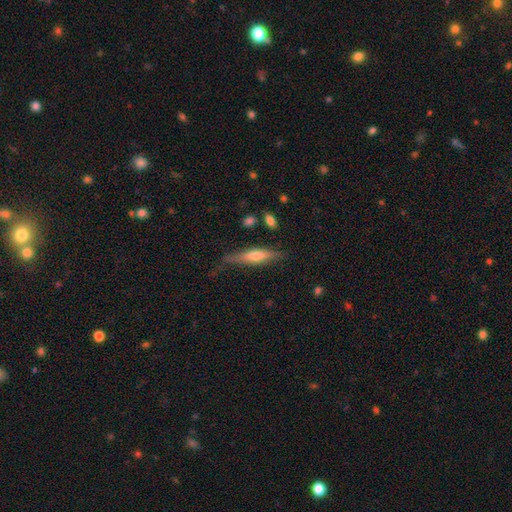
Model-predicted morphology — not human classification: Smooth or featured? Predicted: featured or disk (p=0.52). Edge-on disk? Predicted: yes (p=0.91). Merging? Predicted: none (p=0.67).